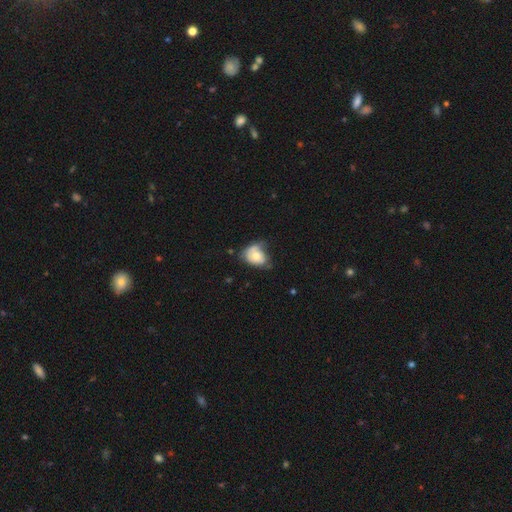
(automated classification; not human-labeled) smooth-or-featured: smooth: 59% | featured or disk: 33% | star or artifact: 8%
  how-rounded: in between: 66% | round: 33% | cigar-shaped: 1%
  merging: minor disturbance: 39% | none: 33% | major disturbance: 20% | merger: 7%